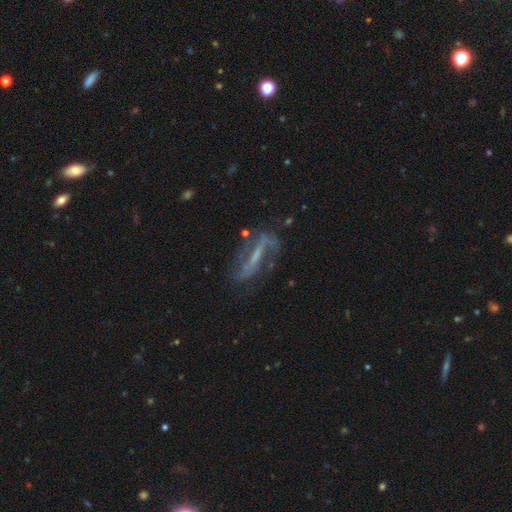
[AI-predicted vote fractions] smooth-or-featured: featured or disk: 76% | smooth: 14% | star or artifact: 9%
  disk-edge-on: no: 77% | yes: 23%
    bar: strong: 53% | weak: 30% | no: 17%
    has-spiral-arms: yes: 84% | no: 16%
    bulge-size: small: 43% | none: 34% | moderate: 19% | large: 3% | dominant: 1%
  merging: none: 59% | minor disturbance: 21% | major disturbance: 16% | merger: 5%